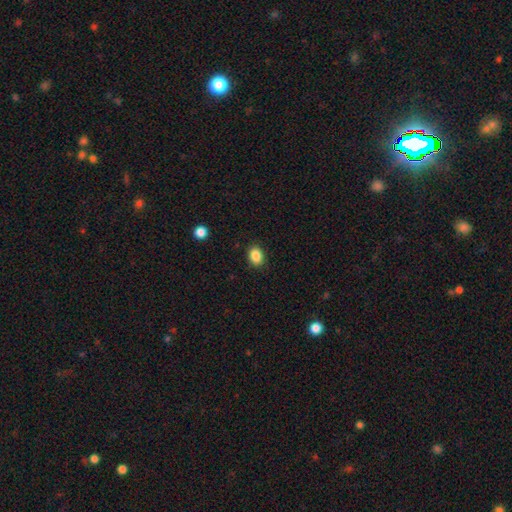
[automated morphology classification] Q: Smooth or featured?
A: smooth (87%); runner-up: star or artifact (9%)
Q: How rounded?
A: in between (60%); runner-up: round (39%)
Q: Merging?
A: none (89%); runner-up: minor disturbance (8%)